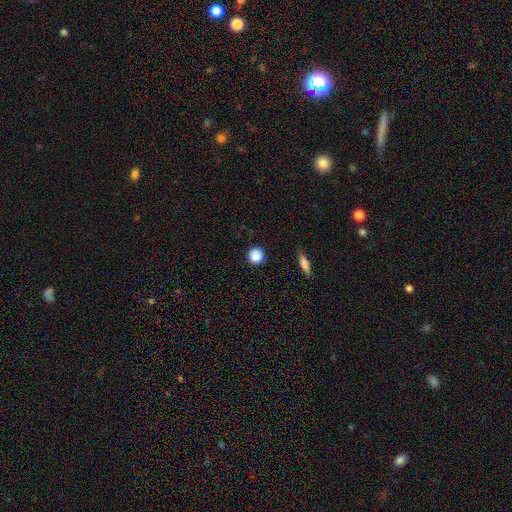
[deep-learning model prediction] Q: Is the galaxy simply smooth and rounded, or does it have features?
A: smooth — 87%.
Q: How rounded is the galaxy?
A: round — 94%.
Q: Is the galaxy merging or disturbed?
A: none — 90%.